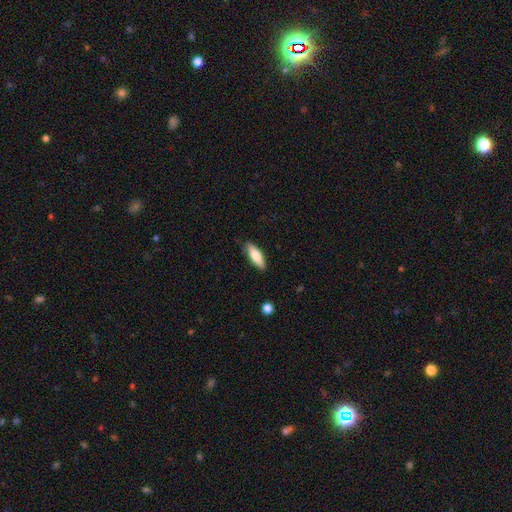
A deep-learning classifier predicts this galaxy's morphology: The model was most divided on "how rounded": cigar-shaped: 51%, in between: 47%, round: 2%. More confident: merging — none (84%); smooth or featured — smooth (70%).